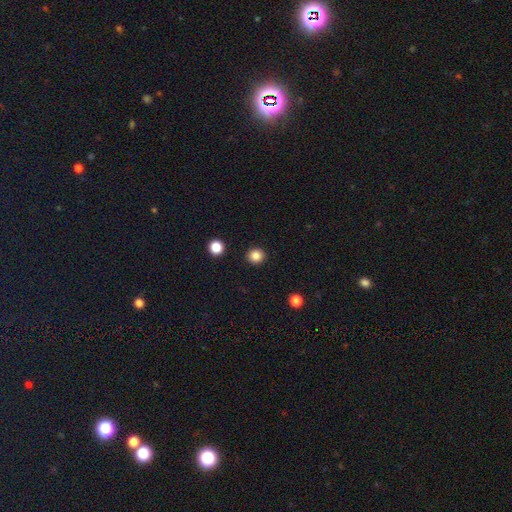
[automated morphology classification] This appears to be a smooth galaxy with no disk features (84%) that is round (90%). Merging: none (92%).